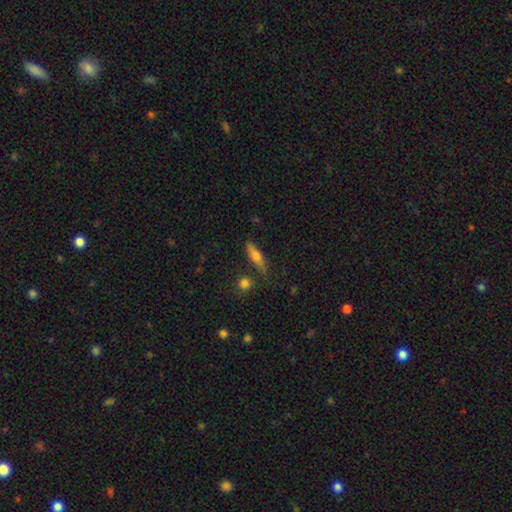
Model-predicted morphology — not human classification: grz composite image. It shows a smooth galaxy with no disk features (53%) that is cigar-shaped (65%). Merging: none (76%).